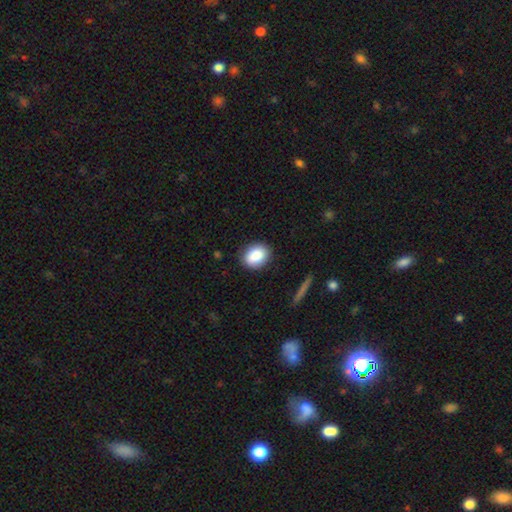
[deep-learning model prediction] smooth-or-featured: smooth: 87% | star or artifact: 8% | featured or disk: 5%
  how-rounded: in between: 66% | round: 32% | cigar-shaped: 1%
  merging: none: 86% | minor disturbance: 10% | major disturbance: 3% | merger: 1%